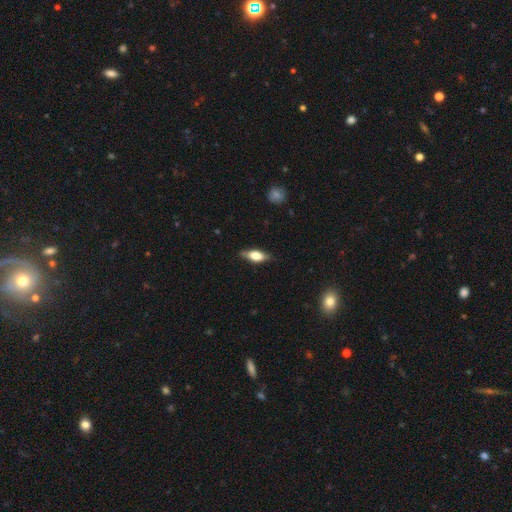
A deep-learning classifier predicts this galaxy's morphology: This appears to be a smooth galaxy with no disk features (61%) that is in between round and cigar-shaped (73%). Merging: none (80%).